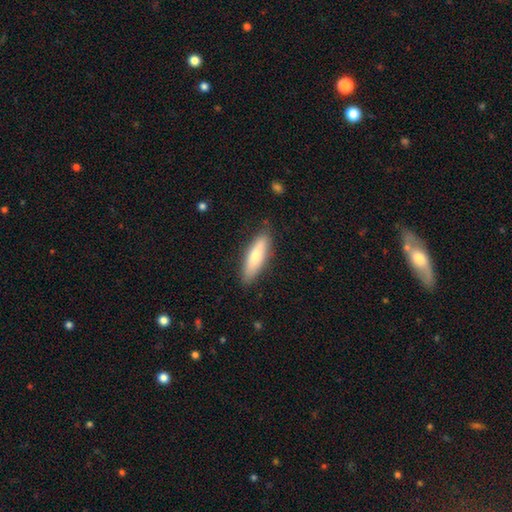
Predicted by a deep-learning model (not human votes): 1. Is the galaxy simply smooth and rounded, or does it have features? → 74% smooth, 21% featured or disk, 6% star or artifact.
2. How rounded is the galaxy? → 61% cigar-shaped, 37% in between, 2% round.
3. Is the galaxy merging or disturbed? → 83% none, 13% minor disturbance, 3% major disturbance, 1% merger.